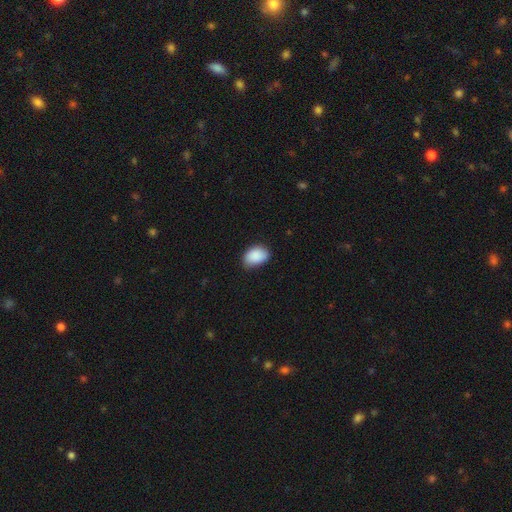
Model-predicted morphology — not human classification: A smooth galaxy with no disk features (90%) that is in between round and cigar-shaped (83%).

Vote fractions:
- Smooth or featured? smooth: 90% / star or artifact: 7% / featured or disk: 3%
- How rounded? in between: 83% / round: 16% / cigar-shaped: 1%
- Merging? none: 75% / minor disturbance: 21% / major disturbance: 3% / merger: 1%